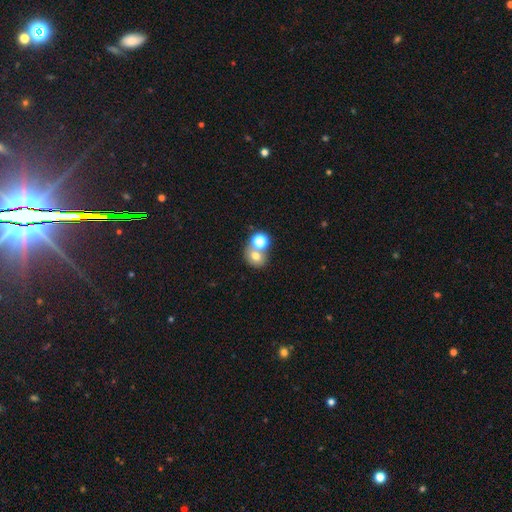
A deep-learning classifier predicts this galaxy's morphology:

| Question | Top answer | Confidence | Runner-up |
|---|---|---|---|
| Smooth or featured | smooth | 70% | featured or disk (16%) |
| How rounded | round | 65% | in between (34%) |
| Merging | merger | 46% | none (42%) |